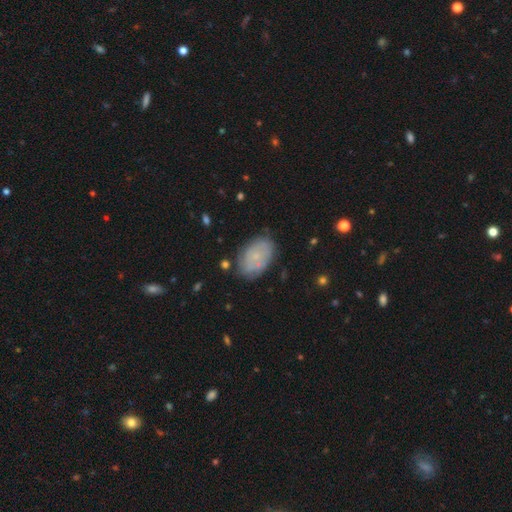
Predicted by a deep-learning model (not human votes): Q: Smooth or featured?
A: smooth (54%); runner-up: featured or disk (37%)
Q: How rounded?
A: in between (90%); runner-up: round (9%)
Q: Merging?
A: none (74%); runner-up: minor disturbance (19%)